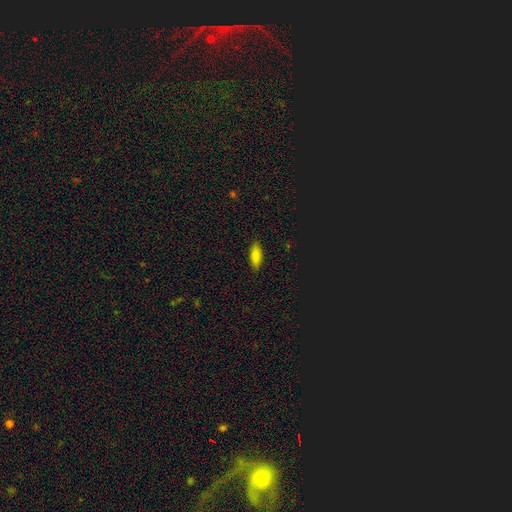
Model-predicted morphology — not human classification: Smooth or featured: smooth — 79% (featured or disk — 11%)
How rounded: in between — 68% (cigar-shaped — 30%)
Merging: none — 87% (minor disturbance — 10%)